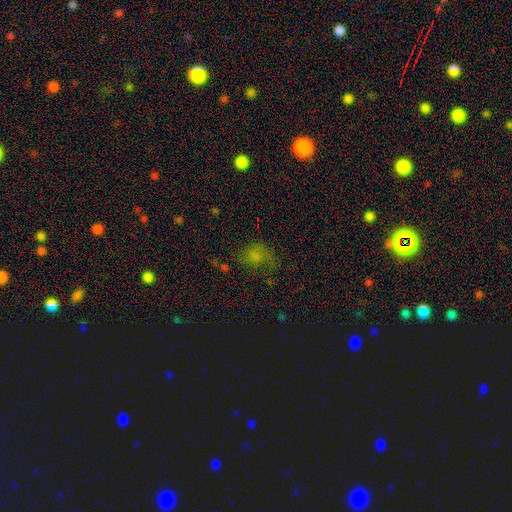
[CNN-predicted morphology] smooth-or-featured: smooth: 56% | star or artifact: 25% | featured or disk: 19%
  how-rounded: in between: 52% | round: 46% | cigar-shaped: 2%
  merging: none: 47% | major disturbance: 25% | minor disturbance: 24% | merger: 4%